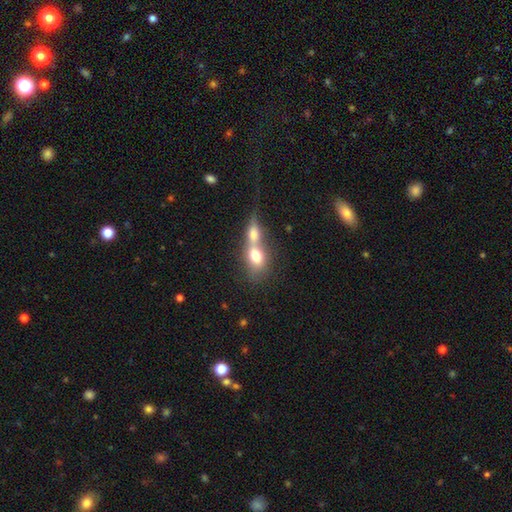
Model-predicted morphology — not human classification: This appears to be a smooth galaxy with no disk features (70%) that is in between round and cigar-shaped (66%). Merging: merger (73%).